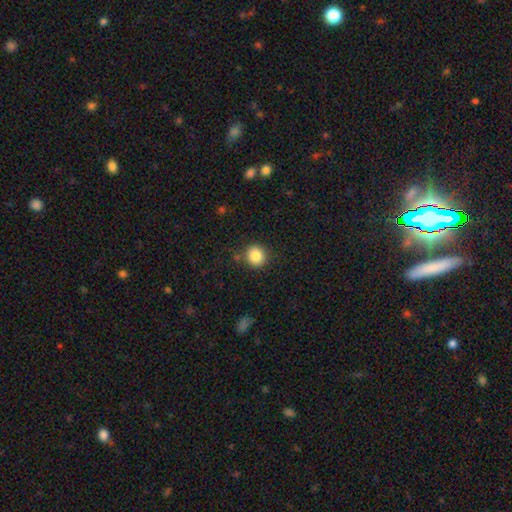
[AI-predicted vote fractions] The model was most divided on "smooth or featured": smooth: 84%, star or artifact: 10%, featured or disk: 6%. More confident: how rounded — round (88%); merging — none (87%).